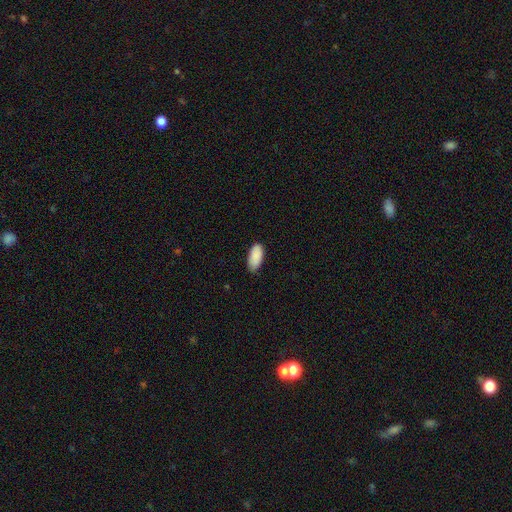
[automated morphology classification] Q: Smooth or featured?
A: smooth (90%); runner-up: star or artifact (6%)
Q: How rounded?
A: in between (92%); runner-up: cigar-shaped (6%)
Q: Merging?
A: none (78%); runner-up: minor disturbance (19%)